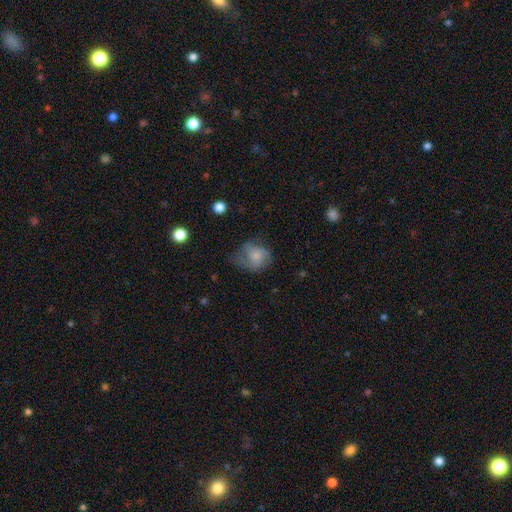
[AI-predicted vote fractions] A smooth galaxy with no disk features (63%) that is round (63%). Merging: none (36%).